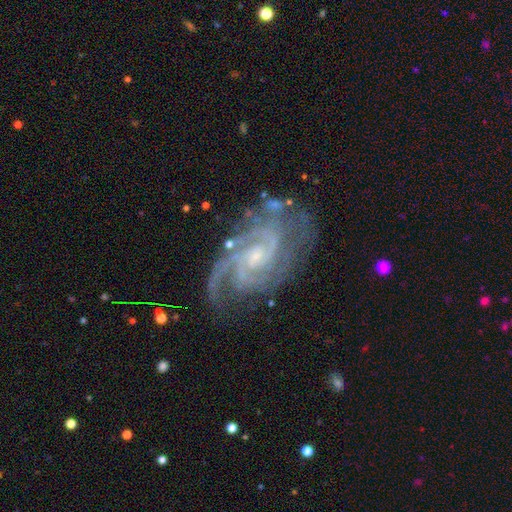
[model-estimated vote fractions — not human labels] A featured or disk galaxy (91%) with no bar (56%), 2 (36%) tight (56%) spiral arms (98%) and a small central bulge (67%).

Vote fractions:
- Smooth or featured? featured or disk: 91% / star or artifact: 6% / smooth: 4%
- Edge-on disk? no: 97% / yes: 3%
- Bar? no: 56% / weak: 36% / strong: 8%
- Spiral arms? yes: 98% / no: 2%
- Spiral winding? tight: 56% / medium: 38% / loose: 6%
- Spiral arm count? 2: 36% / 3: 28% / can't tell: 14% / 4: 10% / more than 4: 6% / 1: 6%
- Bulge size? small: 67% / moderate: 25% / none: 6% / large: 1% / dominant: 1%
- Merging? none: 70% / minor disturbance: 18% / major disturbance: 9% / merger: 2%